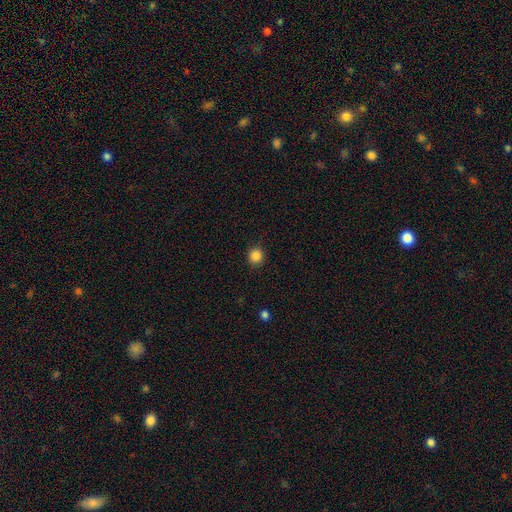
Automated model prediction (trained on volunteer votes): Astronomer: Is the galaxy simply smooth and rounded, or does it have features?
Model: smooth — 86%.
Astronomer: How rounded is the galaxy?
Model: round — 92%.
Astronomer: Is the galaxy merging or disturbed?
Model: none — 89%.